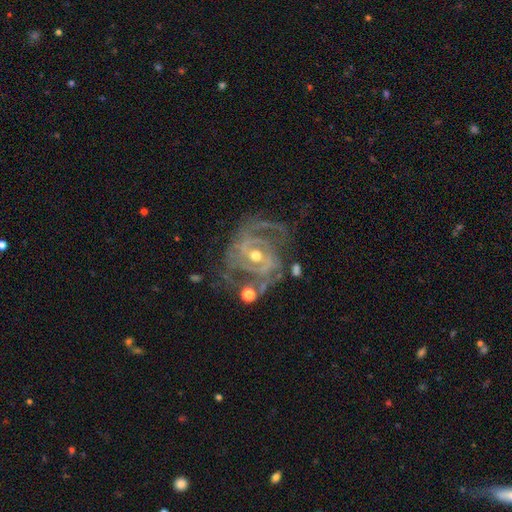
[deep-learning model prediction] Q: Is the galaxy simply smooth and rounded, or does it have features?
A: featured or disk — 89%.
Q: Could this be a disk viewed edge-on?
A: no — 97%.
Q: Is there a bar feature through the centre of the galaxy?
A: weak — 40%.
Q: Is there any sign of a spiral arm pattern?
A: yes — 94%.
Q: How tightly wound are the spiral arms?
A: tight — 49%.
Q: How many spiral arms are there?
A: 2 — 44%.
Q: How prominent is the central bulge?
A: moderate — 64%.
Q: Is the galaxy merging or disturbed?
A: none — 59%.